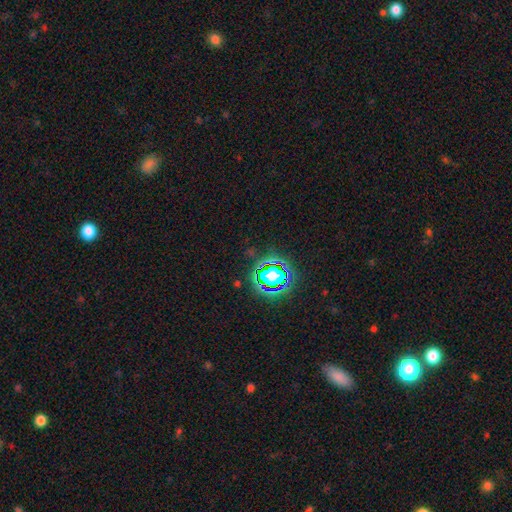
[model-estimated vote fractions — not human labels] smooth_or_featured: star or artifact (p=0.77) [alt: smooth p=0.15]